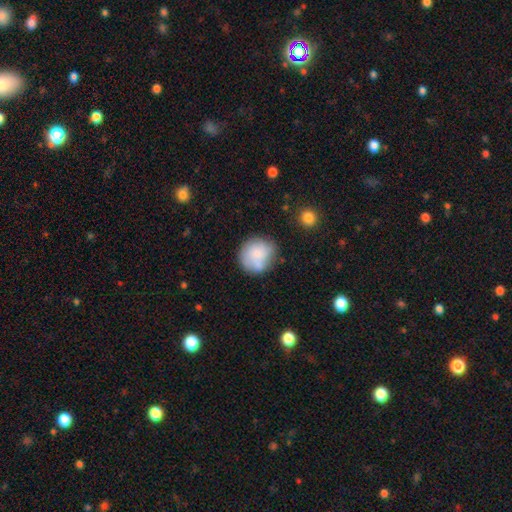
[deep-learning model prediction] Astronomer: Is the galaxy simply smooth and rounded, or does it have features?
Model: smooth — 75%.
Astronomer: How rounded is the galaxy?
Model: round — 83%.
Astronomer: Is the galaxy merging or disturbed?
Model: none — 57%.